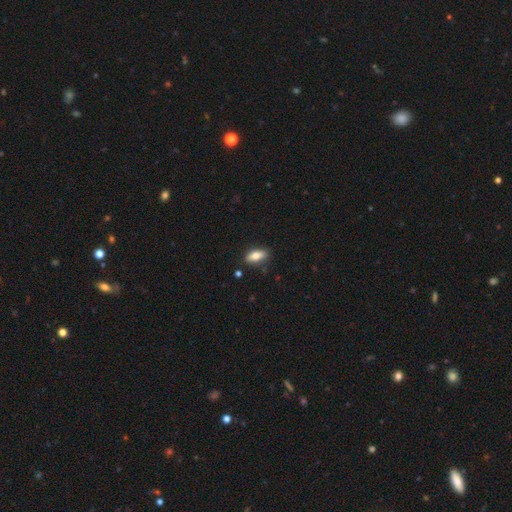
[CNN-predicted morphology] This appears to be a smooth galaxy with no disk features (77%) that is in between round and cigar-shaped (79%). Merging: none (83%).